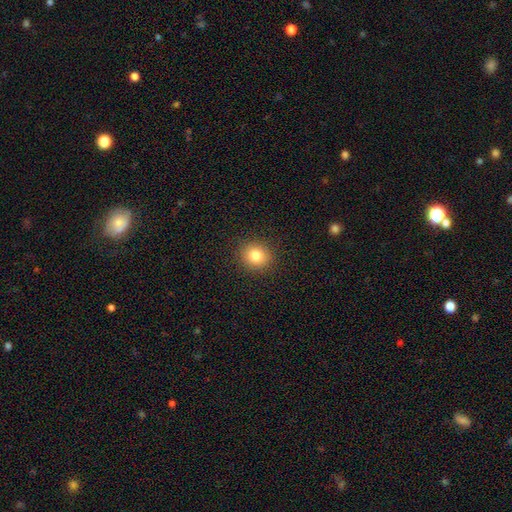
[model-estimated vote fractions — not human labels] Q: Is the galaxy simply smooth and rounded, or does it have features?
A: smooth — 82%.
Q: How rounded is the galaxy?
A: round — 80%.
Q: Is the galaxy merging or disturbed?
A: none — 90%.